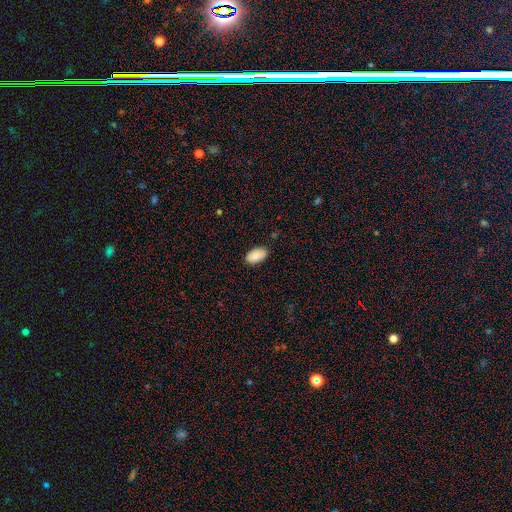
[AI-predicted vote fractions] Overall: smooth (89%). How rounded: in between (95%). Merging: none (84%).